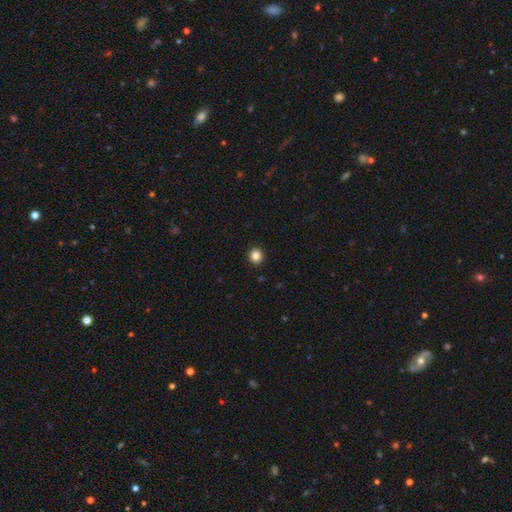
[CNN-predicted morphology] Q: Smooth or featured?
A: smooth (85%); runner-up: star or artifact (11%)
Q: How rounded?
A: round (90%); runner-up: in between (9%)
Q: Merging?
A: none (93%); runner-up: minor disturbance (4%)